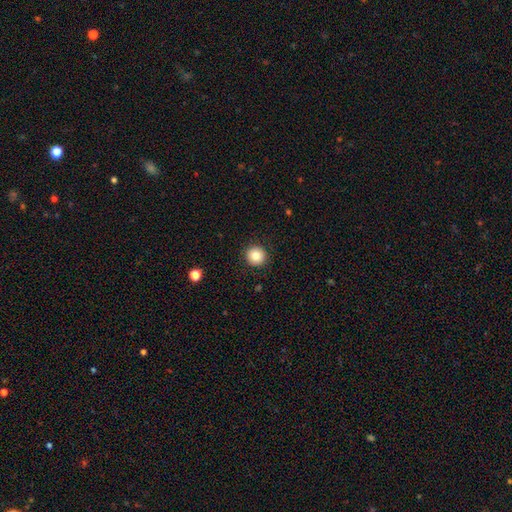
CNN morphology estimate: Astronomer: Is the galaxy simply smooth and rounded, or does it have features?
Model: smooth — 82%.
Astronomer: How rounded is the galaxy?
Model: round — 95%.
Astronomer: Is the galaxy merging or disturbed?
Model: none — 91%.